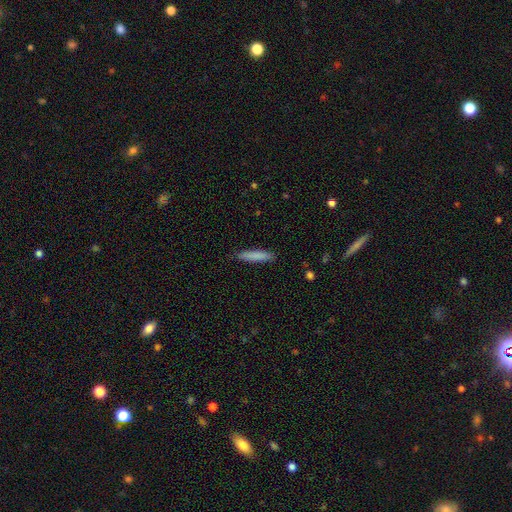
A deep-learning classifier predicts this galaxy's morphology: Q: Smooth or featured?
A: smooth (83%); runner-up: featured or disk (11%)
Q: How rounded?
A: cigar-shaped (89%); runner-up: in between (10%)
Q: Merging?
A: none (86%); runner-up: minor disturbance (11%)